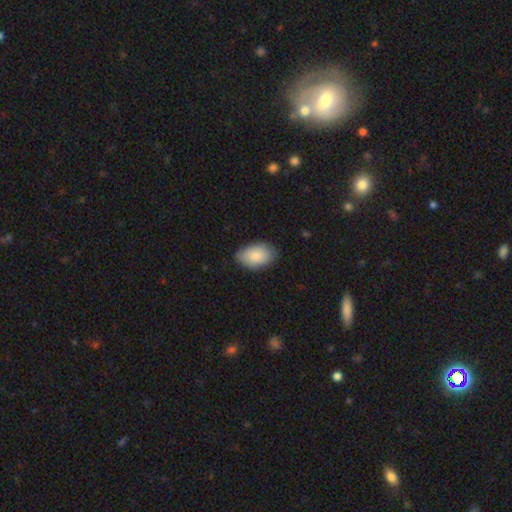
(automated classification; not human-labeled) Smooth or featured?
  - smooth: 85% *
  - featured or disk: 9%
  - star or artifact: 6%
How rounded?
  - in between: 91% *
  - round: 8%
  - cigar-shaped: 1%
Merging?
  - none: 77% *
  - minor disturbance: 19%
  - major disturbance: 3%
  - merger: 1%